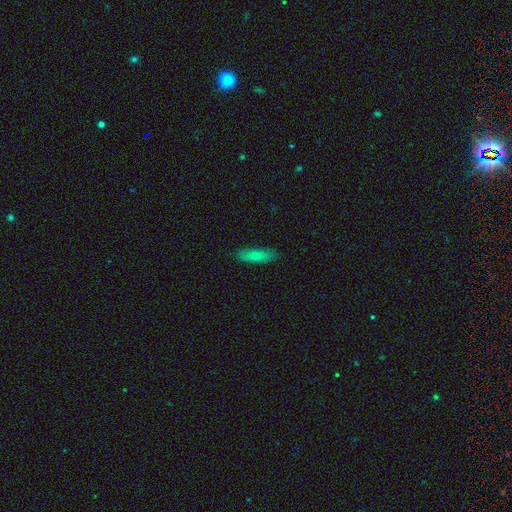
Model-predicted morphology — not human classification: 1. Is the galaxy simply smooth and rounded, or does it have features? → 60% smooth, 32% featured or disk, 9% star or artifact.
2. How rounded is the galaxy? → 61% cigar-shaped, 36% in between, 3% round.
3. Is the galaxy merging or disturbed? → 87% none, 10% minor disturbance, 2% major disturbance, 1% merger.